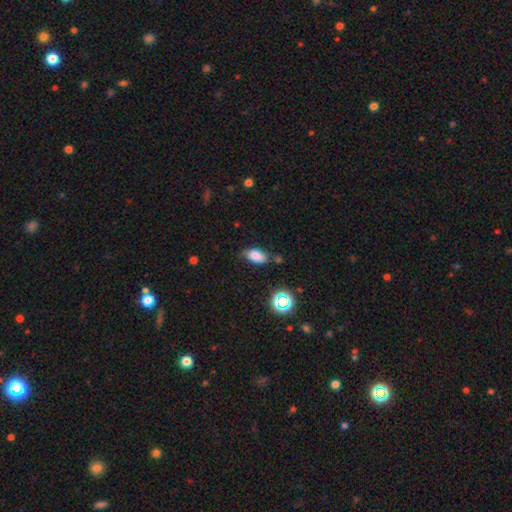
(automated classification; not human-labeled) Q: Smooth or featured?
A: smooth (78%); runner-up: star or artifact (12%)
Q: How rounded?
A: in between (89%); runner-up: round (6%)
Q: Merging?
A: none (65%); runner-up: minor disturbance (24%)